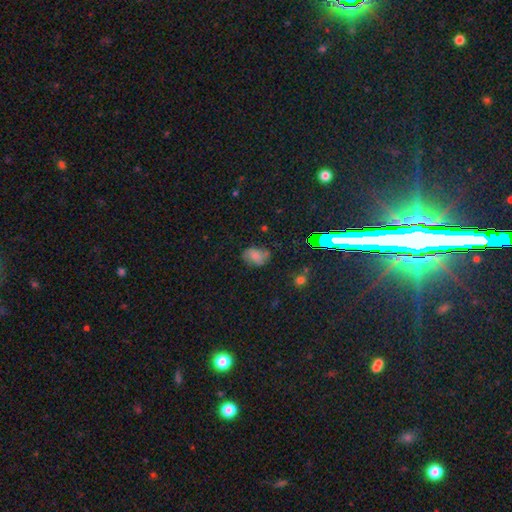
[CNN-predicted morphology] A smooth galaxy with no disk features (64%) that is in between round and cigar-shaped (76%).

Vote fractions:
- Smooth or featured? smooth: 64% / featured or disk: 21% / star or artifact: 15%
- How rounded? in between: 76% / round: 22% / cigar-shaped: 1%
- Merging? none: 59% / minor disturbance: 28% / major disturbance: 10% / merger: 3%